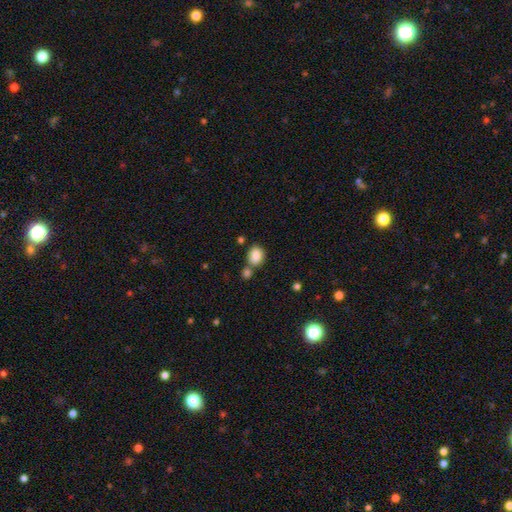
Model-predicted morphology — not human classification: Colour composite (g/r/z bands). It shows a smooth galaxy with no disk features (85%) that is in between round and cigar-shaped (50%). Merging: none (55%).